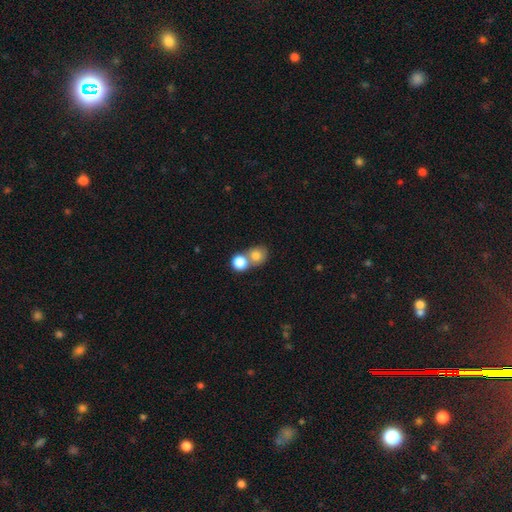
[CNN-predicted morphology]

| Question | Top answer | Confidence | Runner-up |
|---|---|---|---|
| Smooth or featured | smooth | 79% | featured or disk (11%) |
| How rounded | round | 77% | in between (22%) |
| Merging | merger | 53% | none (37%) |